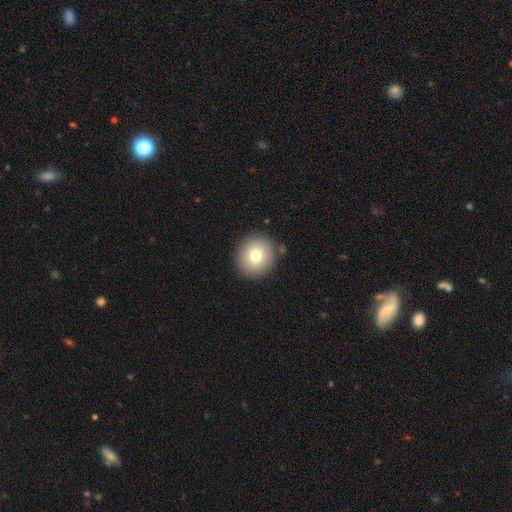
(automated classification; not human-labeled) This is likely a smooth galaxy (76%). How rounded: clearly round (93%). Merging: clearly none (88%).